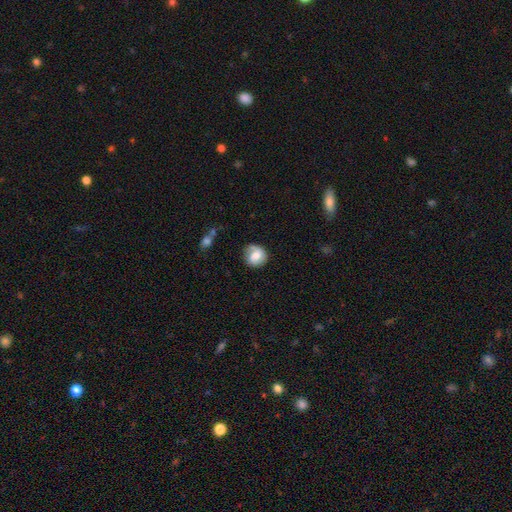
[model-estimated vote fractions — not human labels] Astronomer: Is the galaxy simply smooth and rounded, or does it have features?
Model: smooth — 59%.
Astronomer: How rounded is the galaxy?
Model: round — 84%.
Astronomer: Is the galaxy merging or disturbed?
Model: none — 72%.